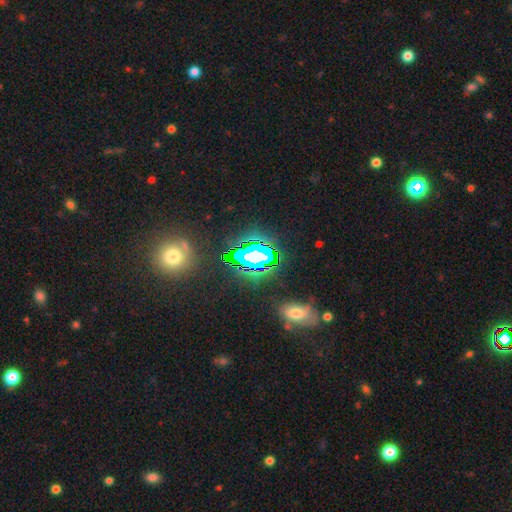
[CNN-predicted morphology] Smooth or featured: star or artifact — 73% (smooth — 15%)